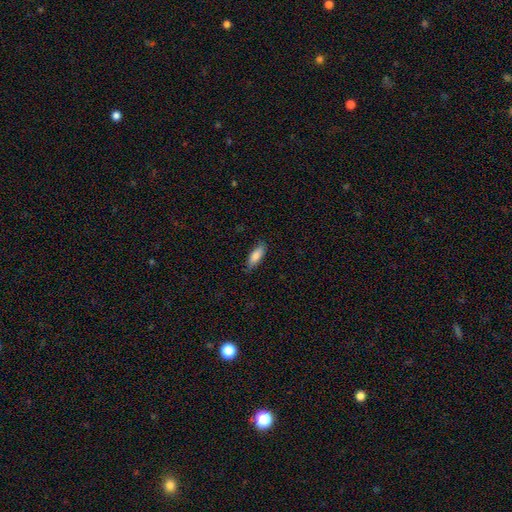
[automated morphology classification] The model was most divided on "how rounded": in between: 65%, cigar-shaped: 33%, round: 2%. More confident: merging — none (82%); smooth or featured — smooth (82%).